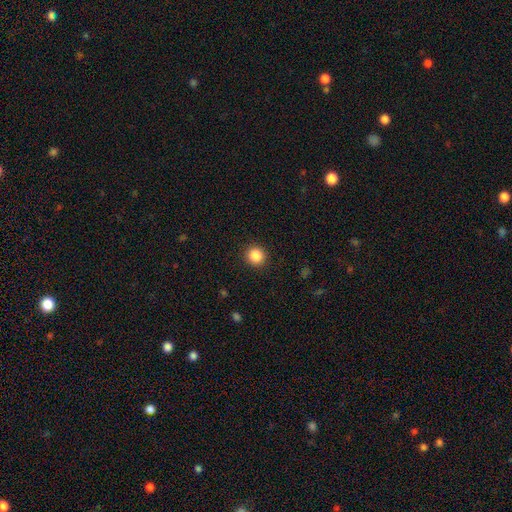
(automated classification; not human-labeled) A smooth galaxy with no disk features (86%) that is round (92%).

Vote fractions:
- Smooth or featured? smooth: 86% / star or artifact: 10% / featured or disk: 4%
- How rounded? round: 92% / in between: 7% / cigar-shaped: 1%
- Merging? none: 92% / minor disturbance: 5% / major disturbance: 2% / merger: 1%